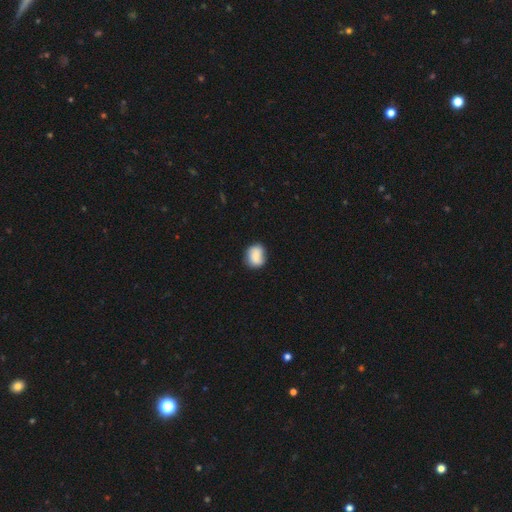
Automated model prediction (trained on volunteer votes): This is clearly a smooth galaxy (81%). How rounded: possibly round (58%). Merging: likely none (69%).